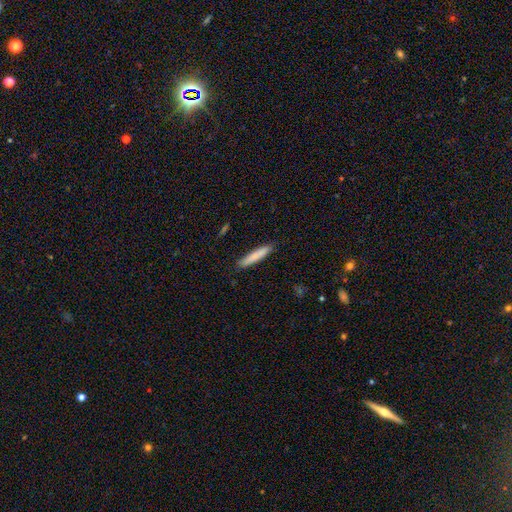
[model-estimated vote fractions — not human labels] smooth 79%, featured or disk 15%, star or artifact 6%. Down the decision tree: how rounded — cigar-shaped (93%); merging — none (89%).